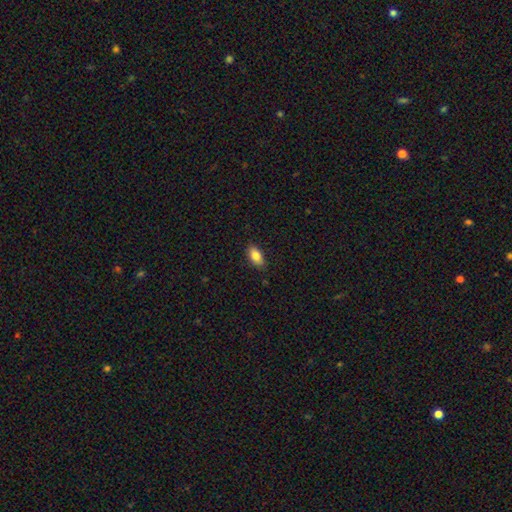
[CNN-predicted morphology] Smooth or featured: smooth — 83% (featured or disk — 9%)
How rounded: in between — 89% (cigar-shaped — 7%)
Merging: none — 85% (minor disturbance — 12%)